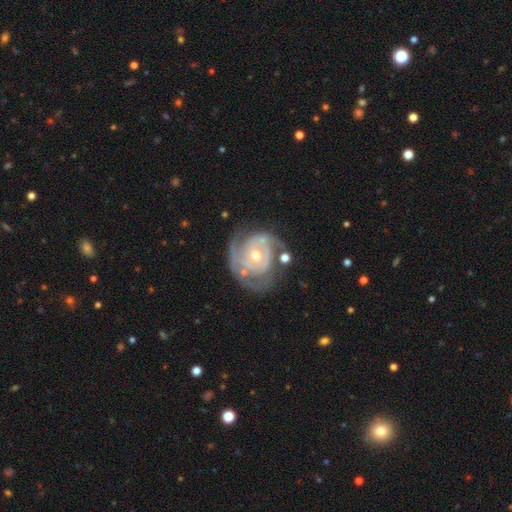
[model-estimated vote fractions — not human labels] Overall: featured or disk (87%). Edge-on disk: no (98%). Bar: no (65%; weak 27%). Spiral arms: yes (94%). Spiral arm count: 2 (46%; can't tell 23%). Spiral winding: tight (67%). Bulge size: small (49%; moderate 47%). Merging: none (60%; minor disturbance 21%).